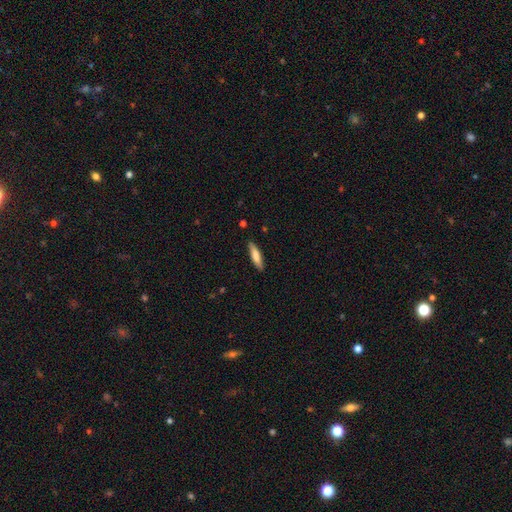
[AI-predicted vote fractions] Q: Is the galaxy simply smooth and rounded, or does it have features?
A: smooth — 77%.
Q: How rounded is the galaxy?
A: cigar-shaped — 75%.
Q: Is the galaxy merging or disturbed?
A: none — 85%.